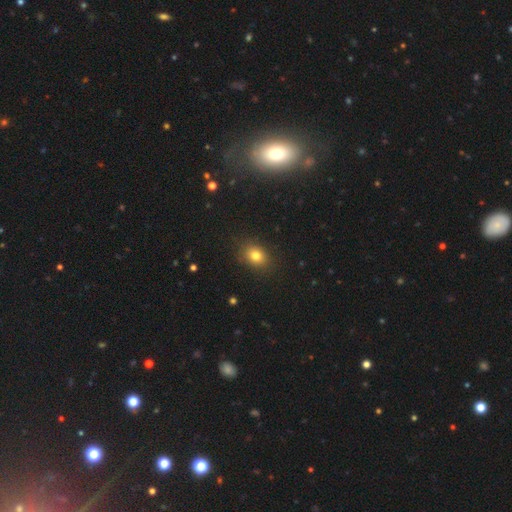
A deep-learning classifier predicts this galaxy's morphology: Smooth or featured?
  - smooth: 79% *
  - star or artifact: 13%
  - featured or disk: 8%
How rounded?
  - in between: 51% *
  - round: 48%
  - cigar-shaped: 1%
Merging?
  - none: 86% *
  - minor disturbance: 10%
  - major disturbance: 3%
  - merger: 1%